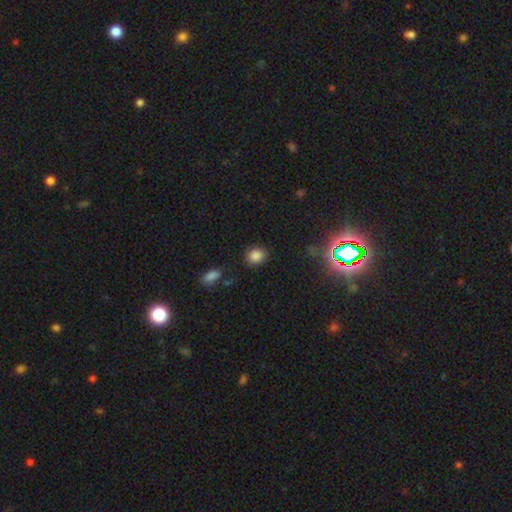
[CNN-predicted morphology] smooth-or-featured: smooth: 84% | star or artifact: 12% | featured or disk: 4%
  how-rounded: round: 63% | in between: 36% | cigar-shaped: 1%
  merging: none: 83% | minor disturbance: 11% | major disturbance: 3% | merger: 3%